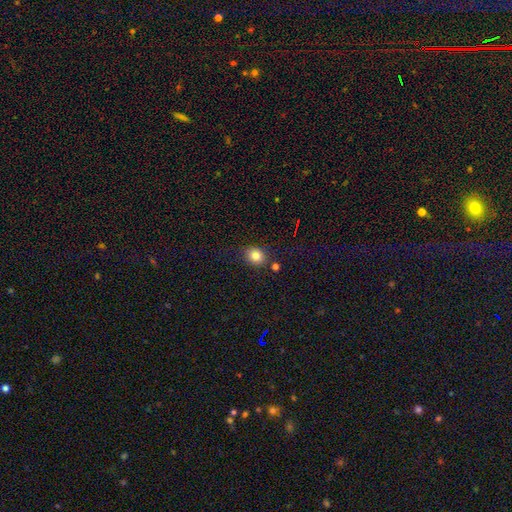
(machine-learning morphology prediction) type=smooth (82%); roundness=round (65%); merging=none (78%).